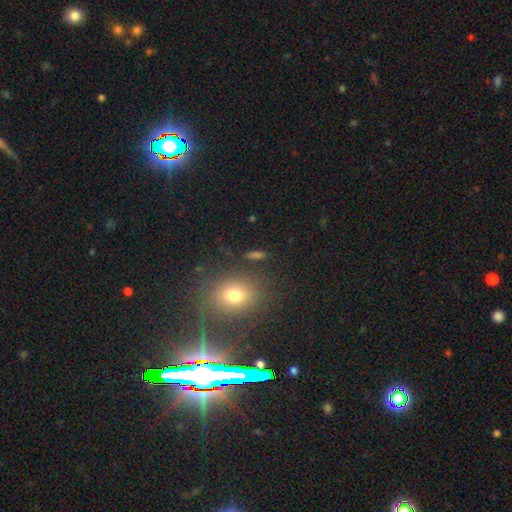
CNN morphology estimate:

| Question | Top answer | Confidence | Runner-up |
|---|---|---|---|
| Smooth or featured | smooth | 52% | star or artifact (36%) |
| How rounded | in between | 54% | round (40%) |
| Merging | none | 79% | minor disturbance (11%) |